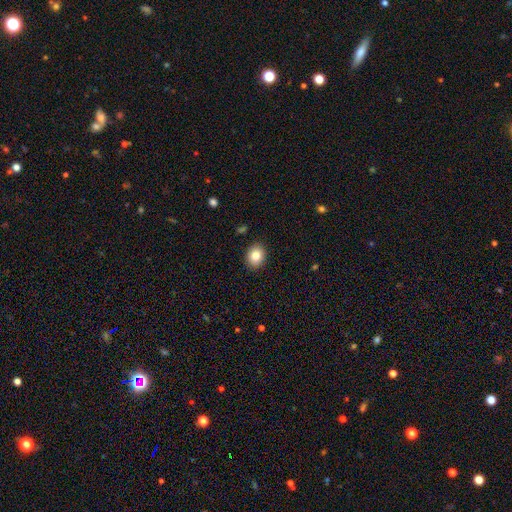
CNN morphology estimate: type=smooth (83%); roundness=round (50%); merging=none (90%).